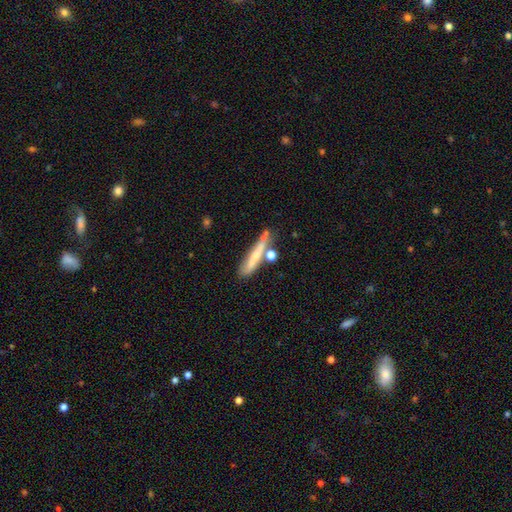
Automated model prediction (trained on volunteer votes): This appears to be a smooth galaxy with no disk features (53%) that is cigar-shaped (83%). Merging: none (56%).